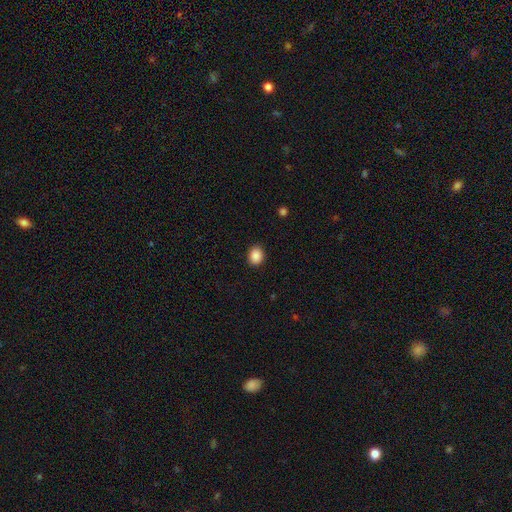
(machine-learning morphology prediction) Smooth or featured: smooth — 89% (star or artifact — 9%)
How rounded: round — 55% (in between — 44%)
Merging: none — 90% (minor disturbance — 7%)